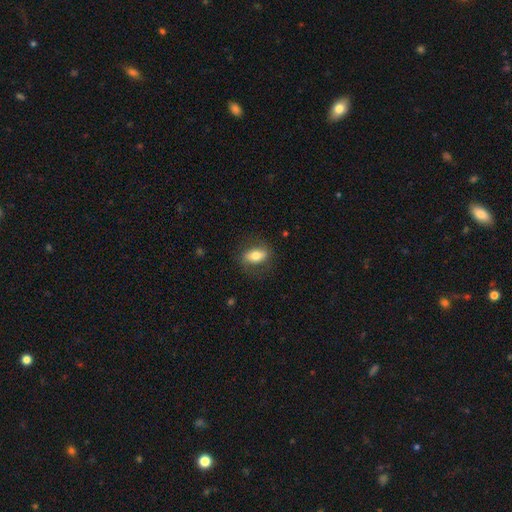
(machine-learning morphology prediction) Q: Smooth or featured?
A: smooth (64%); runner-up: featured or disk (29%)
Q: How rounded?
A: in between (81%); runner-up: round (10%)
Q: Merging?
A: none (77%); runner-up: minor disturbance (16%)